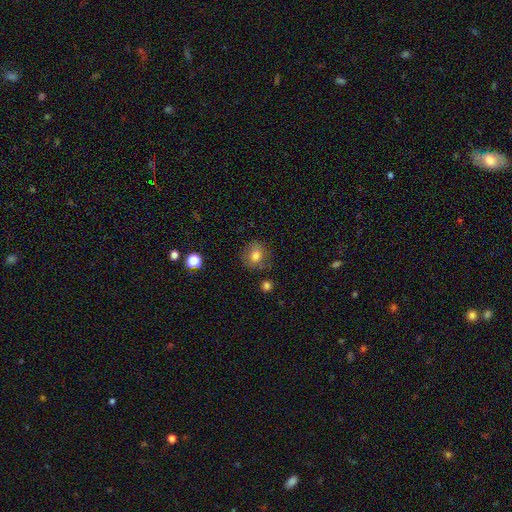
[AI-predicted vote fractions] Q: Smooth or featured?
A: smooth (77%); runner-up: featured or disk (13%)
Q: How rounded?
A: round (77%); runner-up: in between (22%)
Q: Merging?
A: none (77%); runner-up: minor disturbance (16%)